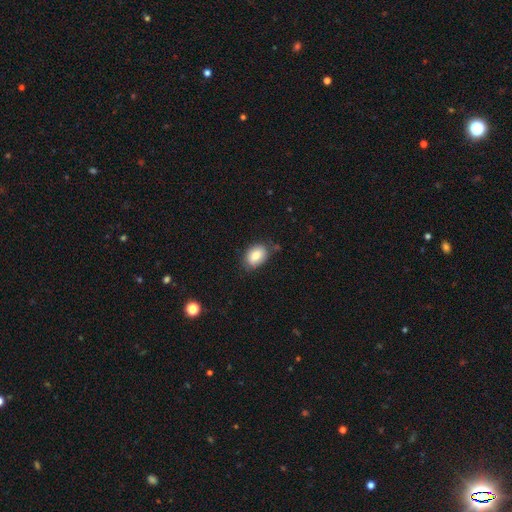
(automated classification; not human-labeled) Smooth or featured: smooth — 82% (featured or disk — 10%)
How rounded: in between — 83% (round — 16%)
Merging: none — 74% (minor disturbance — 19%)